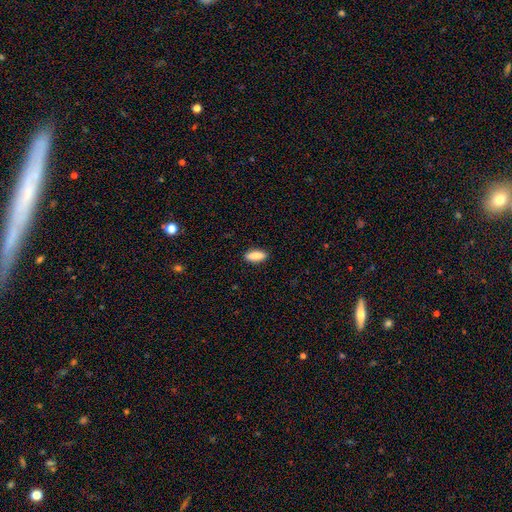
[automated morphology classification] type=smooth (87%); roundness=in between (69%); merging=none (89%).